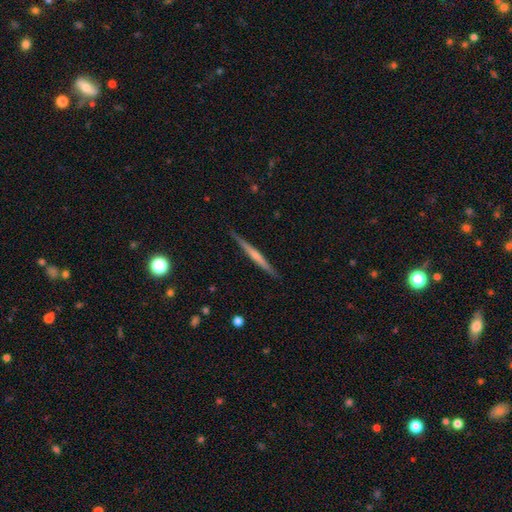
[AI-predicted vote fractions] Morphology: type=featured or disk (60%); edge-on=yes (98%); edge-on bulge=none (55%); merging=none (89%).